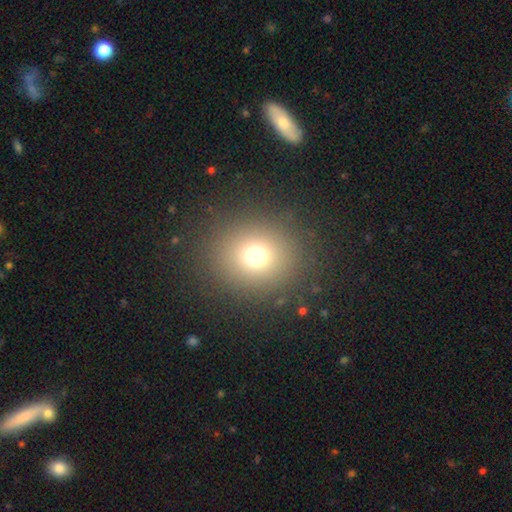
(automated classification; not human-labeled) Morphology: type=smooth (70%); roundness=round (88%); merging=none (87%).